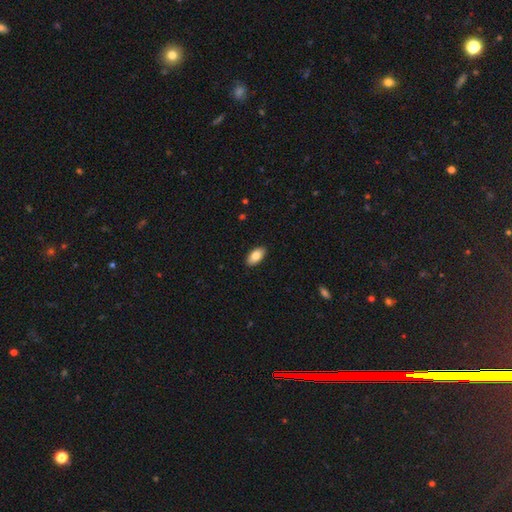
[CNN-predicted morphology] smooth_or_featured: smooth (p=0.83) [alt: featured or disk p=0.10]
how_rounded: in between (p=0.94) [alt: cigar-shaped p=0.04]
merging: none (p=0.90) [alt: minor disturbance p=0.07]